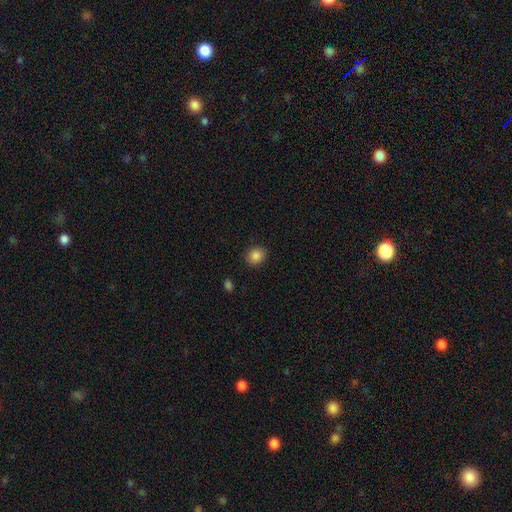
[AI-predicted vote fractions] Morphology: type=smooth (86%); roundness=round (70%); merging=none (88%).